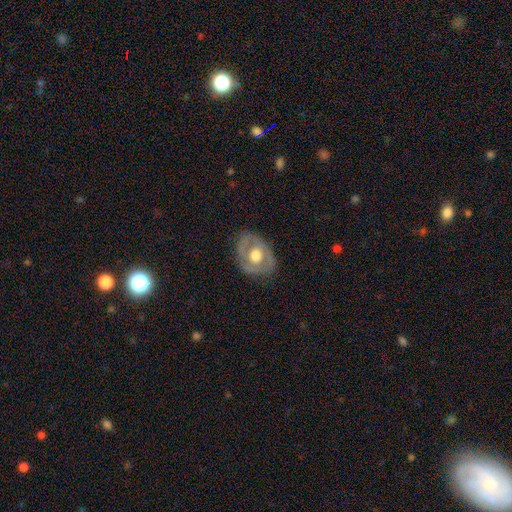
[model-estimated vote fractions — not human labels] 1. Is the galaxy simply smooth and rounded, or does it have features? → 58% featured or disk, 36% smooth, 6% star or artifact.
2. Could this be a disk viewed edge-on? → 94% no, 6% yes.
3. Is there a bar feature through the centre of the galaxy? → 81% no, 15% weak, 4% strong.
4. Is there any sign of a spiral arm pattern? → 66% no, 34% yes.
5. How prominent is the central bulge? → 54% moderate, 39% large, 4% small, 2% dominant, 1% none.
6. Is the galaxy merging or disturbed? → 74% none, 18% minor disturbance, 7% major disturbance, 1% merger.